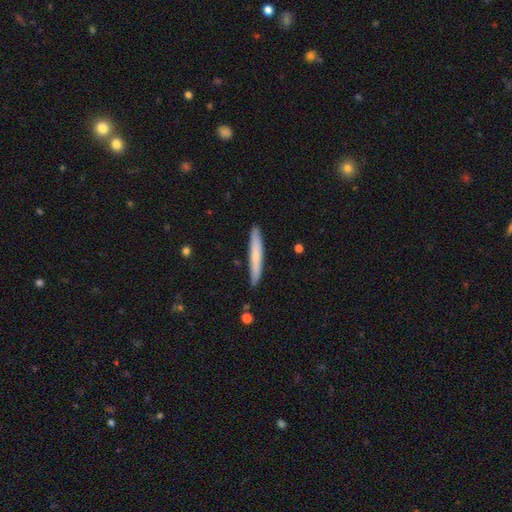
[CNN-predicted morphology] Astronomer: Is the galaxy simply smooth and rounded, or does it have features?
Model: smooth — 64%.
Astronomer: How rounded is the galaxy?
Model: cigar-shaped — 95%.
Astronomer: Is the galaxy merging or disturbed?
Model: none — 88%.